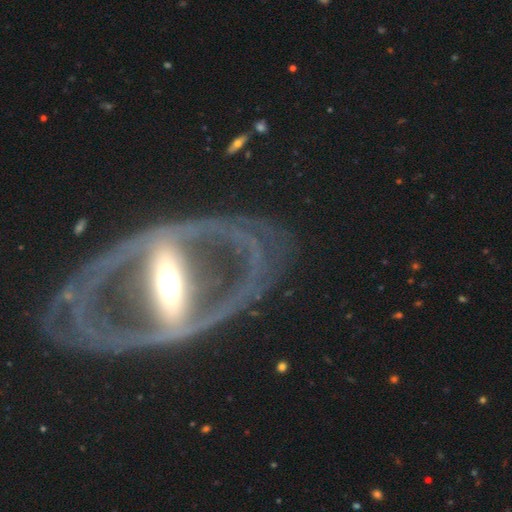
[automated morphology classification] A featured or disk galaxy (85%) with a strong bar (75%), spiral arms (52%) and a moderate central bulge (53%). Merging: none (67%).